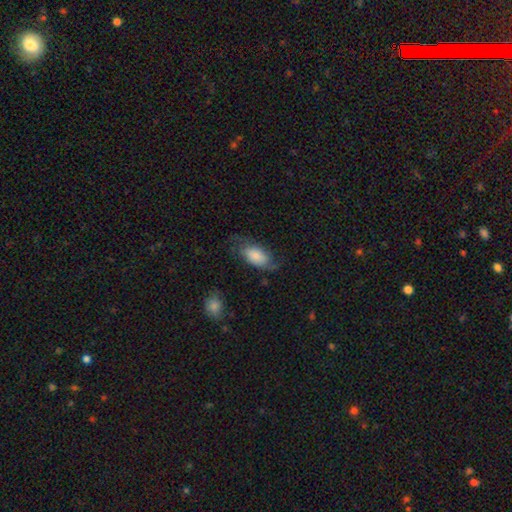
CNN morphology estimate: A smooth galaxy with no disk features (68%) that is in between round and cigar-shaped (92%). Merging: none (54%).